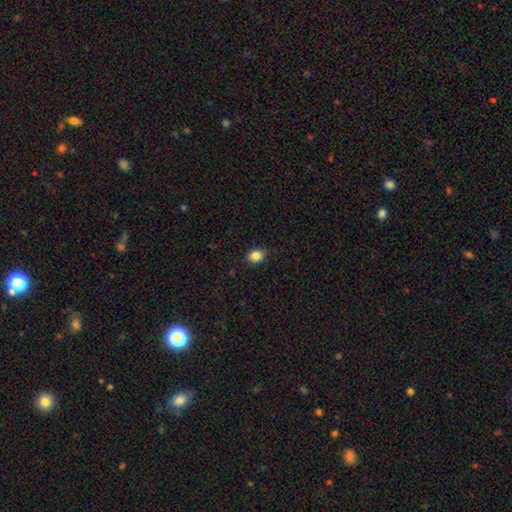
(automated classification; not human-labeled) A smooth galaxy with no disk features (86%) that is round (57%). Merging: none (89%).